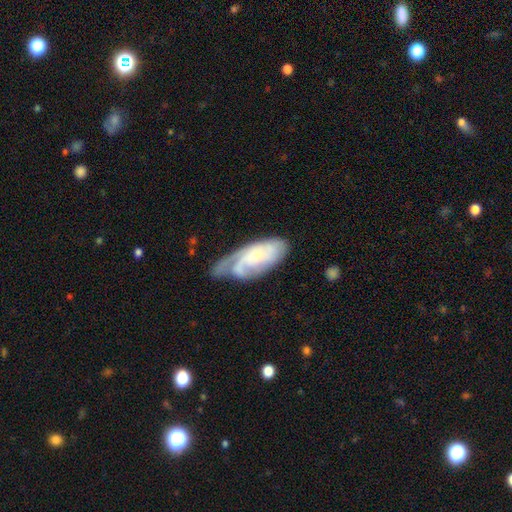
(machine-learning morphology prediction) type=featured or disk (67%); edge-on=no (92%); bar=no (66%); spiral arms=yes (89%); winding=tight (49%); arm count=2 (32%); bulge=small (50%); merging=none (47%).